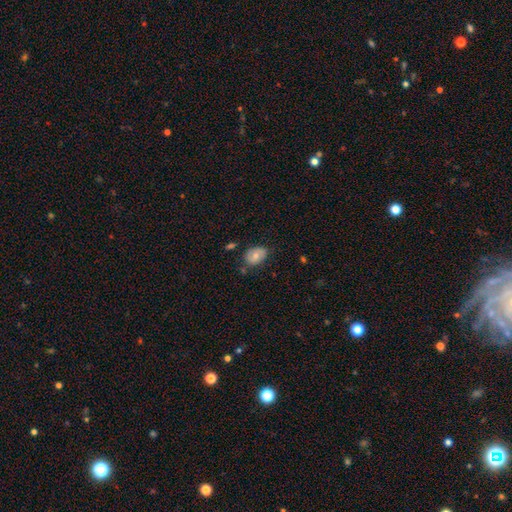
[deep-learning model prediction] Morphology: type=smooth (69%); roundness=in between (77%); merging=none (67%).